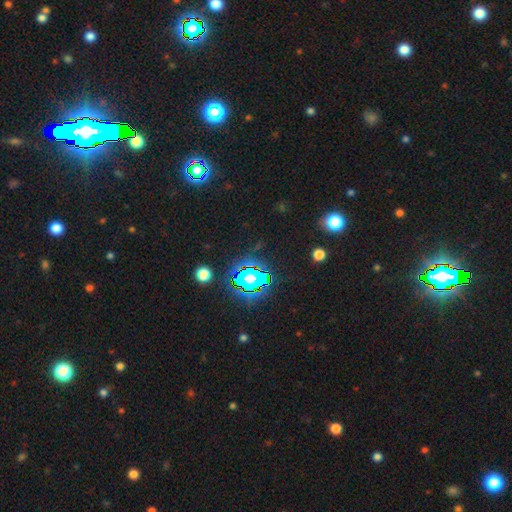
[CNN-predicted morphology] The model was most divided on "smooth or featured": star or artifact: 82%, smooth: 10%, featured or disk: 7%.